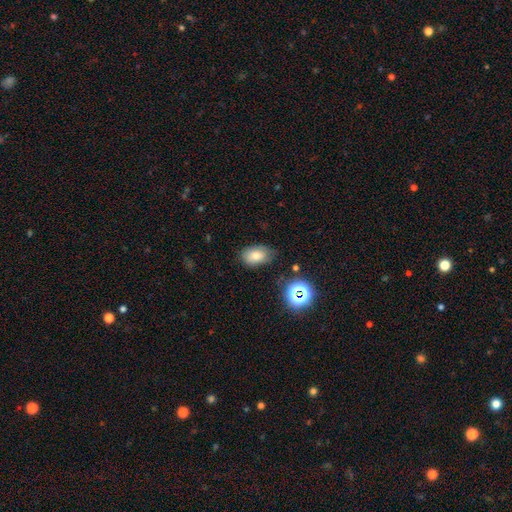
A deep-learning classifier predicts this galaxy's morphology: smooth-or-featured: smooth: 72% | star or artifact: 14% | featured or disk: 14%
  how-rounded: in between: 86% | round: 13% | cigar-shaped: 1%
  merging: none: 67% | minor disturbance: 25% | major disturbance: 6% | merger: 2%